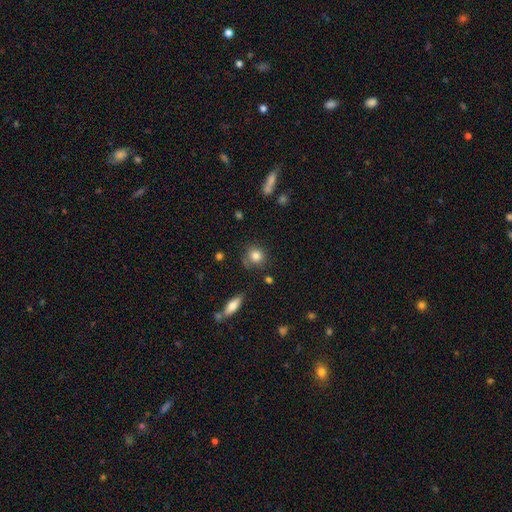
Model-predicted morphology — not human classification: A smooth galaxy with no disk features (82%) that is round (86%). Merging: none (74%).